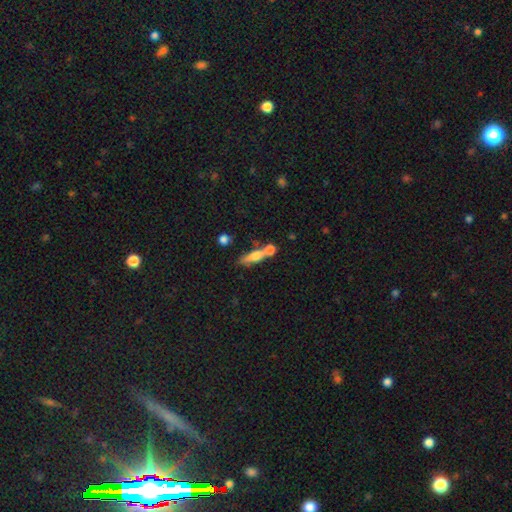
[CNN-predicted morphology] Overall: smooth (64%; featured or disk 27%). How rounded: cigar-shaped (56%; in between 37%). Merging: merger (40%; none 39%).